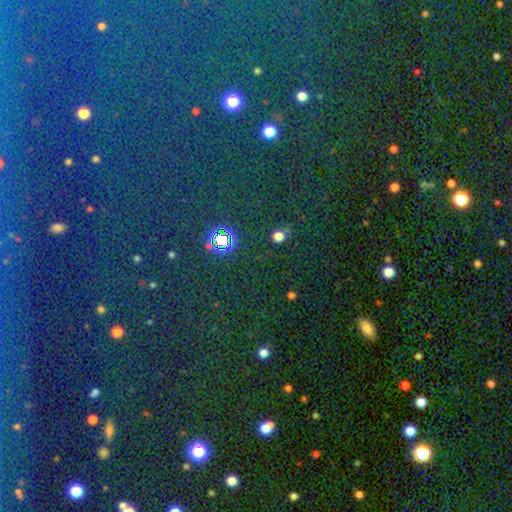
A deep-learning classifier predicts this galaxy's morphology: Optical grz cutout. It shows a star or artifact, not a galaxy (72%).